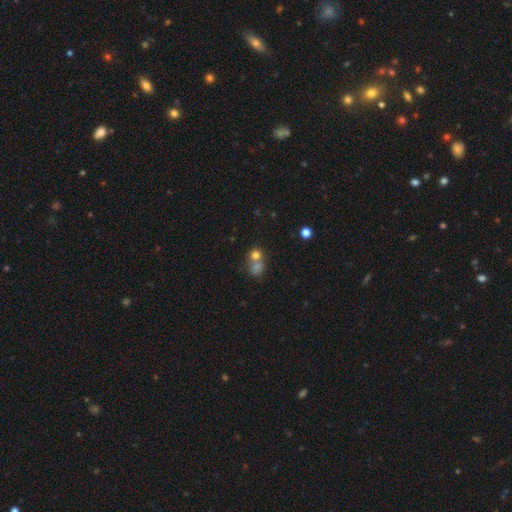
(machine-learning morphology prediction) Smooth or featured: smooth — 74% (star or artifact — 14%)
How rounded: round — 76% (in between — 22%)
Merging: merger — 52% (none — 37%)